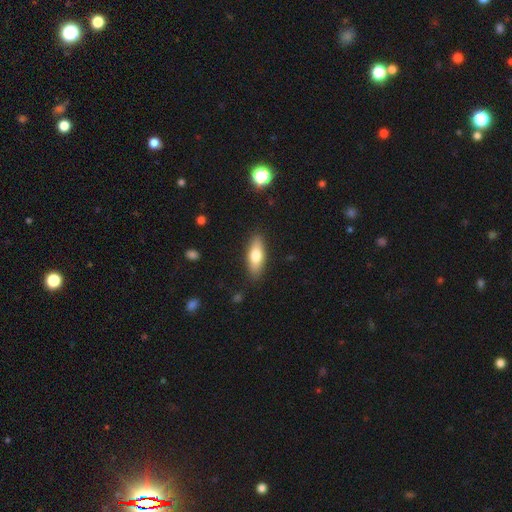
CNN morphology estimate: smooth-or-featured: smooth: 71% | featured or disk: 23% | star or artifact: 6%
  how-rounded: in between: 63% | cigar-shaped: 34% | round: 3%
  merging: none: 87% | minor disturbance: 10% | major disturbance: 2% | merger: 1%